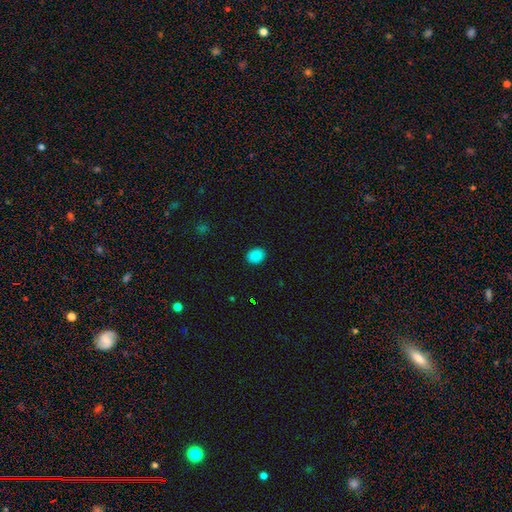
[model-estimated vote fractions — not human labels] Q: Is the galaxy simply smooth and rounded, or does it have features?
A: smooth — 87%.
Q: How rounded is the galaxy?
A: in between — 50%.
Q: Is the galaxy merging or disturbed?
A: none — 90%.